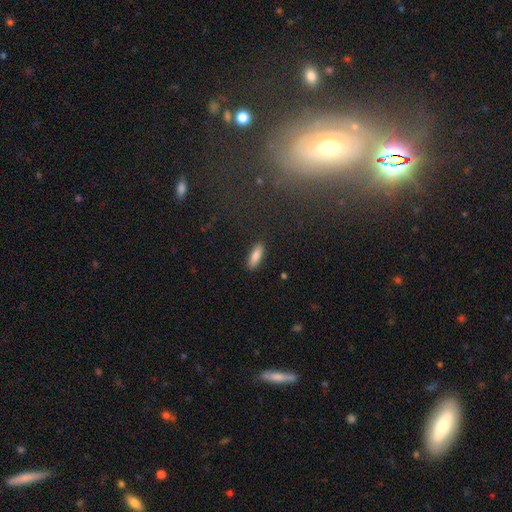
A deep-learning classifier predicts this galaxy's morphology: A smooth galaxy with no disk features (84%) that is in between round and cigar-shaped (63%). Merging: none (88%).